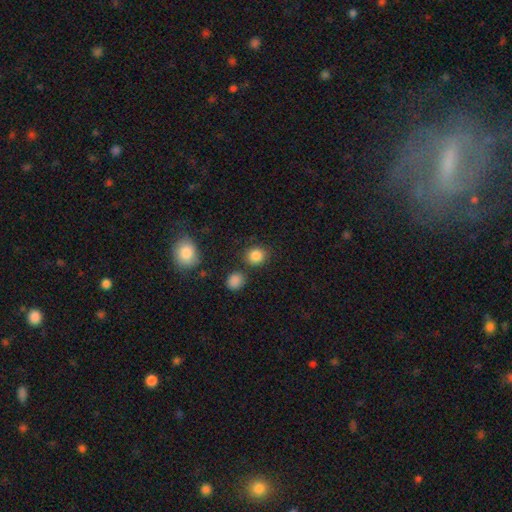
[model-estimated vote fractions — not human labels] Q: Smooth or featured?
A: smooth (85%); runner-up: star or artifact (10%)
Q: How rounded?
A: round (81%); runner-up: in between (18%)
Q: Merging?
A: none (81%); runner-up: minor disturbance (9%)